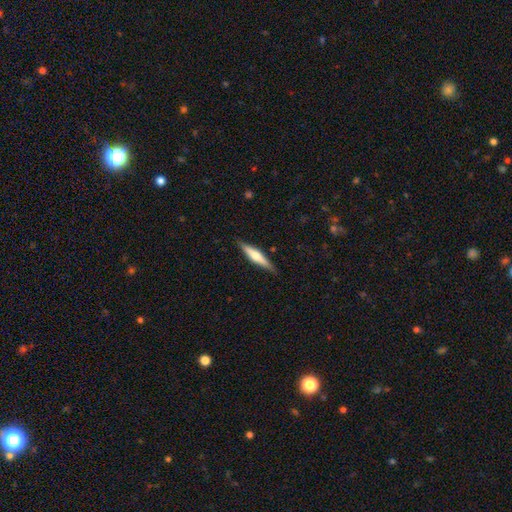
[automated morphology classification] smooth-or-featured: featured or disk: 51% | smooth: 43% | star or artifact: 6%
  disk-edge-on: yes: 95% | no: 5%
  merging: none: 87% | minor disturbance: 10% | major disturbance: 2% | merger: 1%